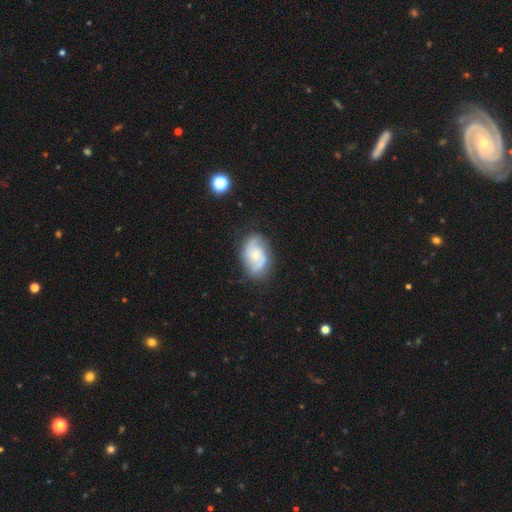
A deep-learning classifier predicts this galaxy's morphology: A featured or disk galaxy (68%) with no bar (62%), 2 (81%) medium (47%) spiral arms (92%) and a small central bulge (48%).

Vote fractions:
- Smooth or featured? featured or disk: 68% / smooth: 25% / star or artifact: 7%
- Edge-on disk? no: 97% / yes: 3%
- Bar? no: 62% / weak: 32% / strong: 5%
- Spiral arms? yes: 92% / no: 8%
- Spiral winding? medium: 47% / tight: 27% / loose: 26%
- Spiral arm count? 2: 81% / can't tell: 10% / 3: 4% / 1: 3% / 4: 1% / more than 4: 1%
- Bulge size? small: 48% / moderate: 38% / none: 7% / large: 5% / dominant: 1%
- Merging? none: 75% / minor disturbance: 18% / major disturbance: 6% / merger: 2%